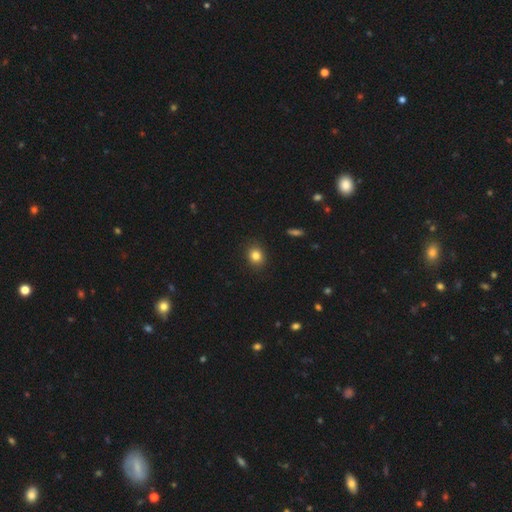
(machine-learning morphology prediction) smooth_or_featured: smooth (p=0.83) [alt: star or artifact p=0.11]
how_rounded: round (p=0.68) [alt: in between p=0.31]
merging: none (p=0.89) [alt: minor disturbance p=0.08]